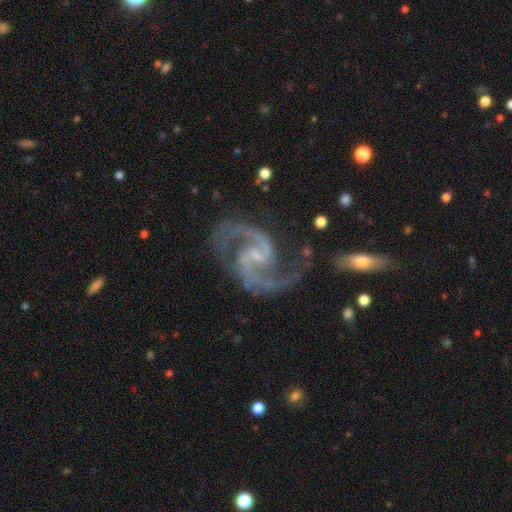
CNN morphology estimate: Smooth or featured?
  - featured or disk: 94% *
  - star or artifact: 4%
  - smooth: 2%
Edge-on disk?
  - no: 98% *
  - yes: 2%
Bar?
  - weak: 54% *
  - no: 28%
  - strong: 18%
Spiral arms?
  - yes: 99% *
  - no: 1%
Spiral winding?
  - medium: 67% *
  - loose: 22%
  - tight: 11%
Spiral arm count?
  - 2: 94% *
  - 3: 2%
  - can't tell: 1%
  - 1: 1%
  - 4: 1%
  - more than 4: 1%
Bulge size?
  - small: 63% *
  - none: 23%
  - moderate: 13%
  - large: 1%
  - dominant: 1%
Merging?
  - none: 70% *
  - minor disturbance: 17%
  - major disturbance: 9%
  - merger: 3%